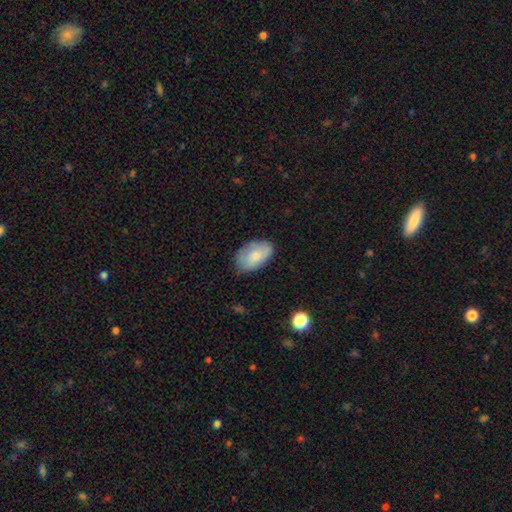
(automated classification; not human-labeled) A smooth galaxy with no disk features (70%) that is in between round and cigar-shaped (91%). Merging: none (72%).